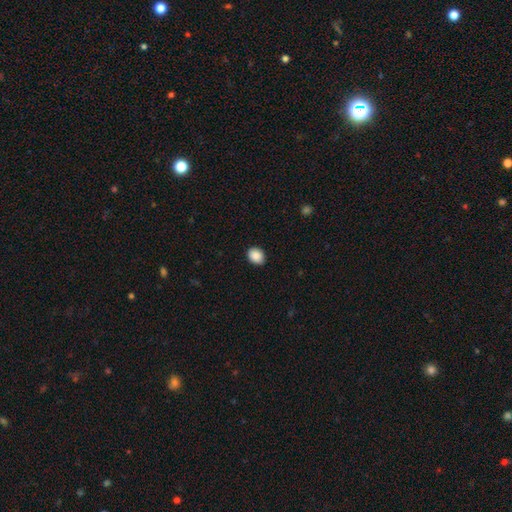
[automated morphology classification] This appears to be a smooth galaxy with no disk features (89%) that is in between round and cigar-shaped (51%). Merging: none (89%).